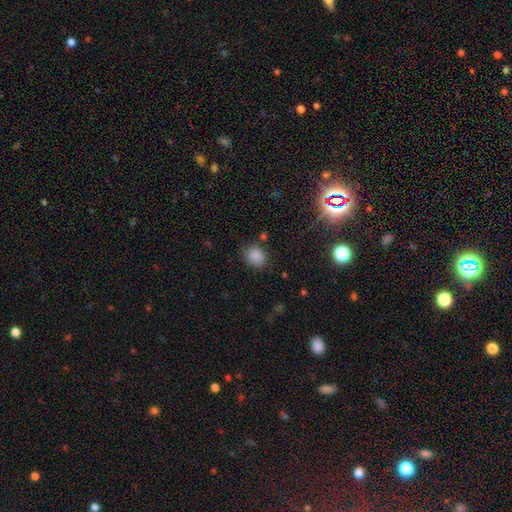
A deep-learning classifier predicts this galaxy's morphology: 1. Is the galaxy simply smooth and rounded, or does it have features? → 84% smooth, 12% star or artifact, 4% featured or disk.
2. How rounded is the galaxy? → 58% round, 41% in between, 1% cigar-shaped.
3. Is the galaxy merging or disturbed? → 80% none, 13% minor disturbance, 4% major disturbance, 3% merger.